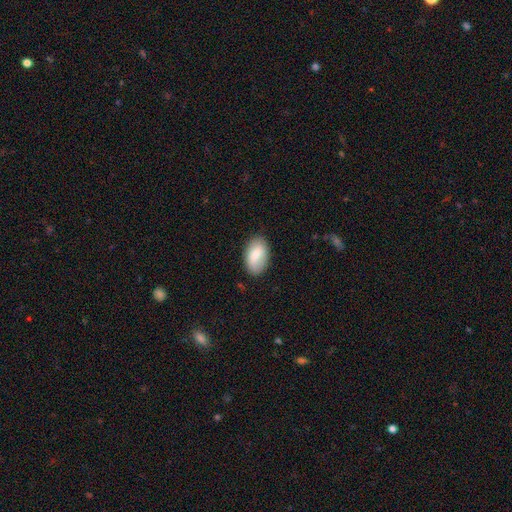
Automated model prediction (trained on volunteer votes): smooth_or_featured: smooth (p=0.79) [alt: featured or disk p=0.14]
how_rounded: in between (p=0.94) [alt: round p=0.05]
merging: none (p=0.82) [alt: minor disturbance p=0.14]